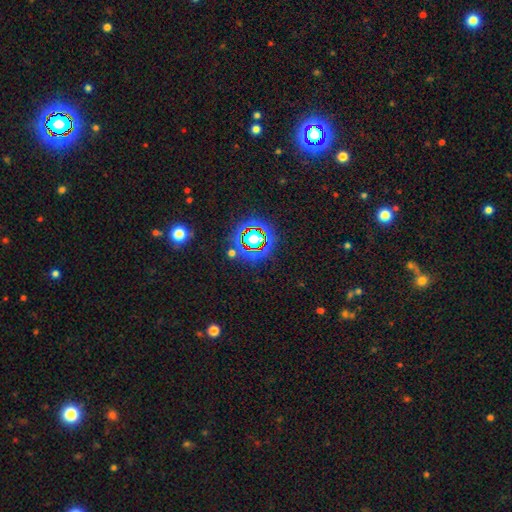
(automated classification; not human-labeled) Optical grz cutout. It shows a star or artifact, not a galaxy (75%).